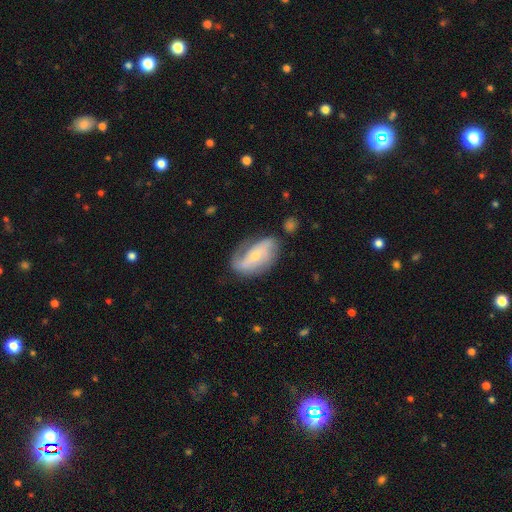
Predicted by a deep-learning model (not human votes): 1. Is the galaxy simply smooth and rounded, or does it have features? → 74% featured or disk, 20% smooth, 6% star or artifact.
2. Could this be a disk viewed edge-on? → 95% no, 5% yes.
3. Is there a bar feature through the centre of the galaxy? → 56% no, 29% weak, 15% strong.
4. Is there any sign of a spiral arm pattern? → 90% yes, 10% no.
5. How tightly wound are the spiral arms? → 44% loose, 36% medium, 21% tight.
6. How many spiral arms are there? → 70% 2, 13% can't tell, 8% 1, 6% 3, 2% 4, 2% more than 4.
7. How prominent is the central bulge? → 66% small, 29% moderate, 2% none, 1% large, 1% dominant.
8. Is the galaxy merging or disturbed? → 61% none, 25% minor disturbance, 12% major disturbance, 3% merger.